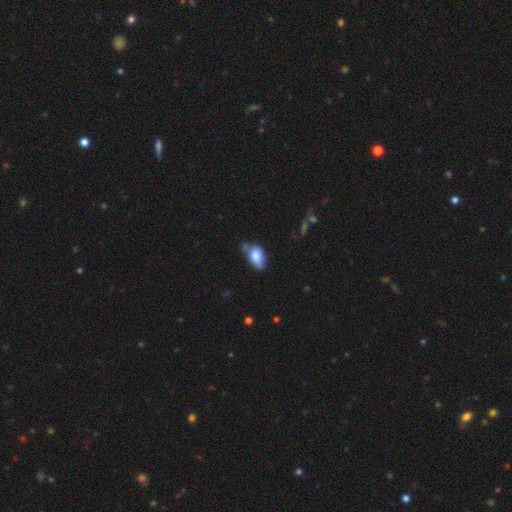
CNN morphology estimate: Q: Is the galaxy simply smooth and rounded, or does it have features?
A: smooth — 78%.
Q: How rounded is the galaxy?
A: in between — 91%.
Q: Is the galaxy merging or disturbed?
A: none — 47%.